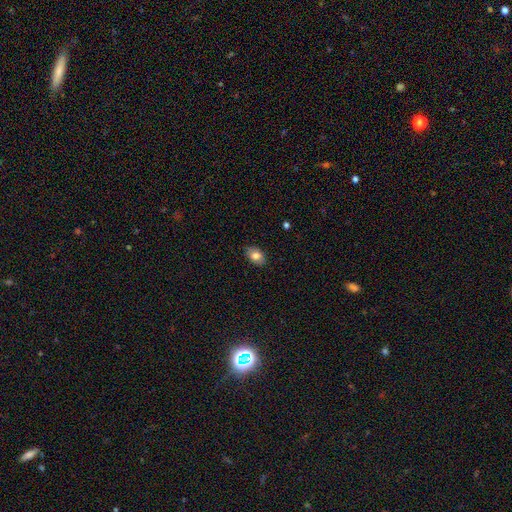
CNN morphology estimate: Smooth or featured: smooth — 80% (featured or disk — 13%)
How rounded: in between — 87% (round — 12%)
Merging: none — 86% (minor disturbance — 11%)